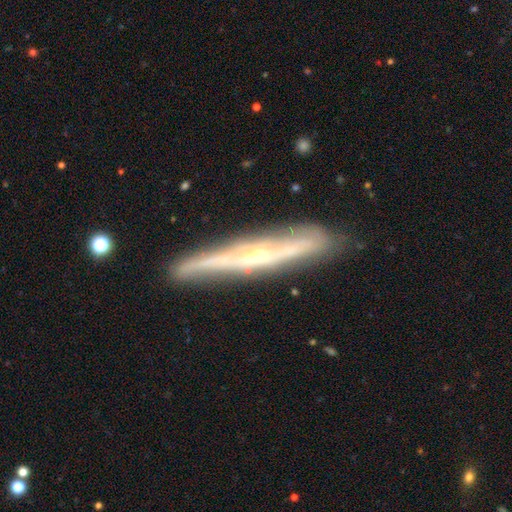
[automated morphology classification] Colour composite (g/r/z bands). It shows a featured or disk galaxy (79%) viewed edge-on (83%) with a rounded central bulge (69%). Merging: none (79%).